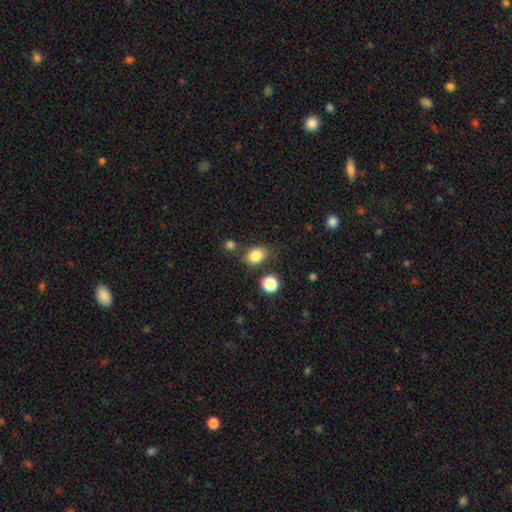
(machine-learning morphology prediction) smooth_or_featured: smooth (p=0.83) [alt: star or artifact p=0.11]
how_rounded: in between (p=0.63) [alt: round p=0.36]
merging: none (p=0.73) [alt: minor disturbance p=0.14]